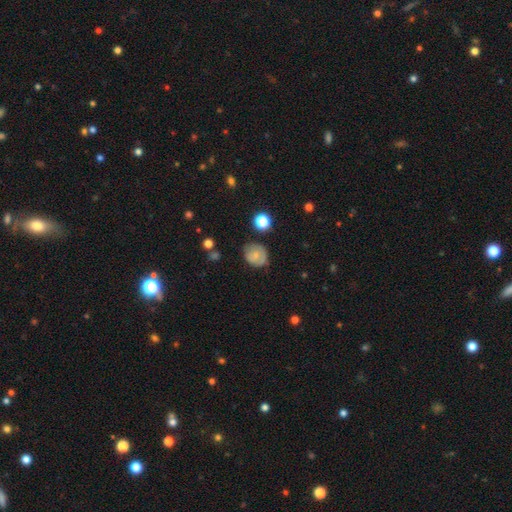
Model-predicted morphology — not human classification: Smooth or featured? Predicted: smooth (p=0.65). How rounded? Predicted: round (p=0.66). Merging? Predicted: none (p=0.67).